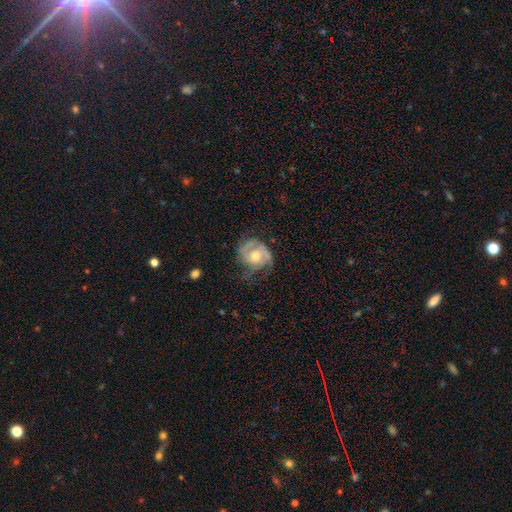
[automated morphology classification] Smooth or featured? Predicted: featured or disk (p=0.69). Edge-on disk? Predicted: no (p=0.98). Bar? Predicted: no (p=0.70). Spiral arms? Predicted: yes (p=0.85). Spiral winding? Predicted: medium (p=0.42). Spiral arm count? Predicted: 2 (p=0.50). Bulge size? Predicted: moderate (p=0.64). Merging? Predicted: none (p=0.51).